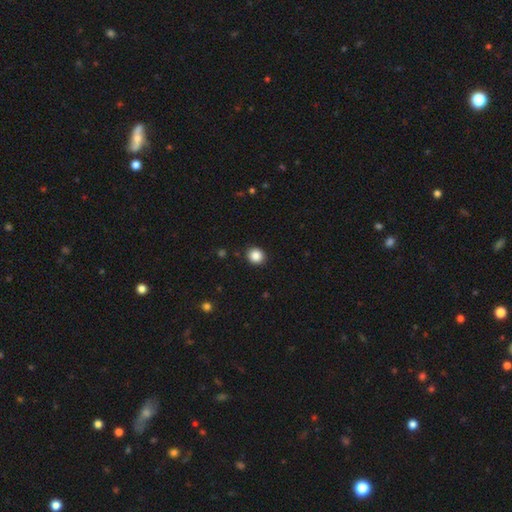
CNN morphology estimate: This appears to be a smooth galaxy with no disk features (87%) that is round (85%). Merging: none (91%).